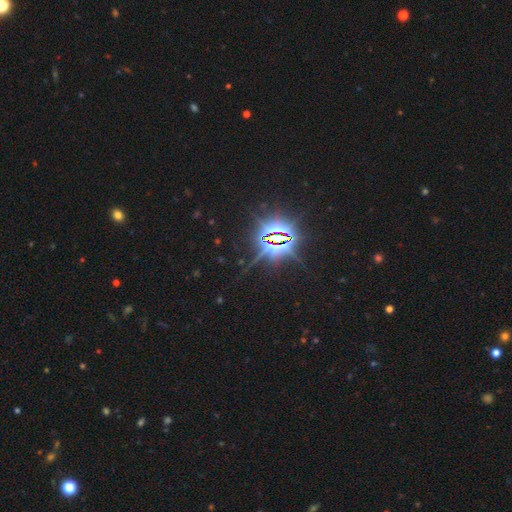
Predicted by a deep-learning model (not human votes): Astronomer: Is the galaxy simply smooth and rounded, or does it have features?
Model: star or artifact — 87%.